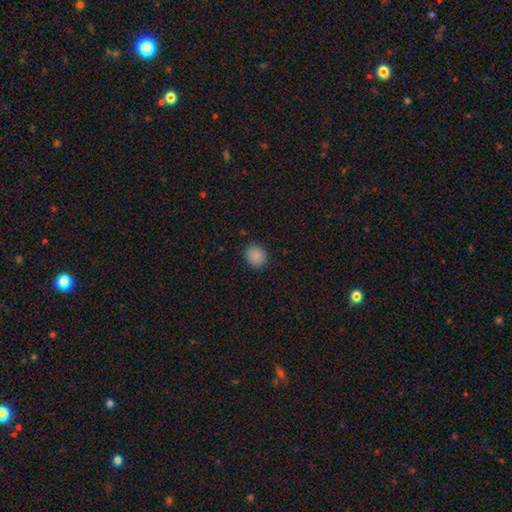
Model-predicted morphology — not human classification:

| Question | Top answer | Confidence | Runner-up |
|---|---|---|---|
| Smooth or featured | smooth | 87% | star or artifact (10%) |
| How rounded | round | 77% | in between (22%) |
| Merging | none | 89% | minor disturbance (8%) |